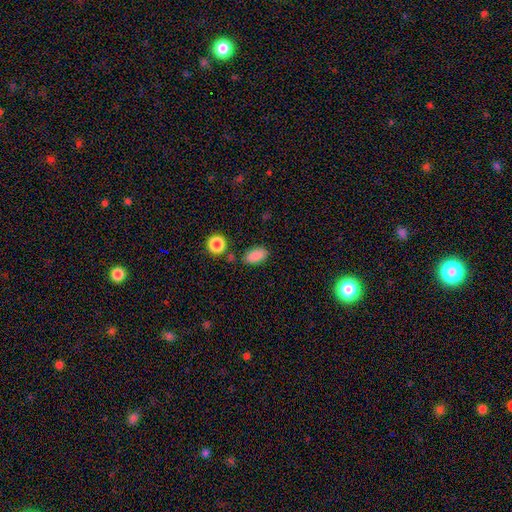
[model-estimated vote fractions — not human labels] smooth_or_featured: smooth (p=0.86) [alt: star or artifact p=0.09]
how_rounded: in between (p=0.90) [alt: round p=0.06]
merging: none (p=0.80) [alt: minor disturbance p=0.12]